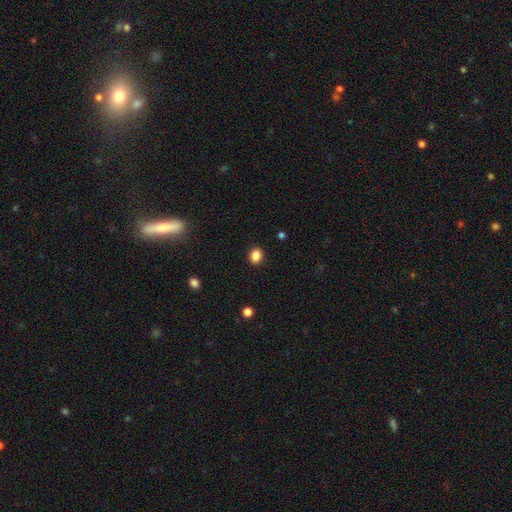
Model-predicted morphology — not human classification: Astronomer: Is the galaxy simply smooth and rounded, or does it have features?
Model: smooth — 86%.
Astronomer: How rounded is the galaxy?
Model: round — 57% (runner-up: in between, 42%).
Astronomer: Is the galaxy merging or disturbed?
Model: none — 90%.